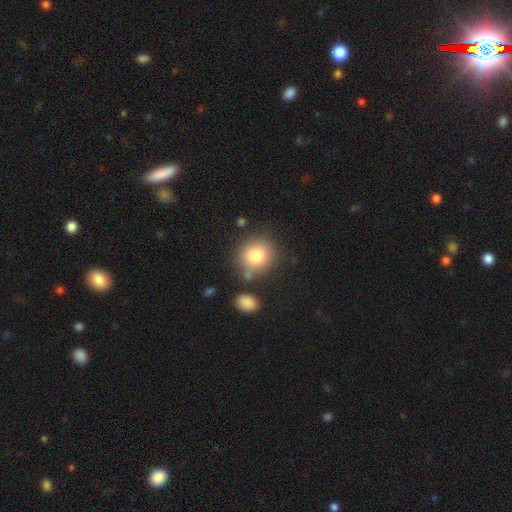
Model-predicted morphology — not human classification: Smooth or featured? Predicted: smooth (p=0.80). How rounded? Predicted: round (p=0.85). Merging? Predicted: none (p=0.75).